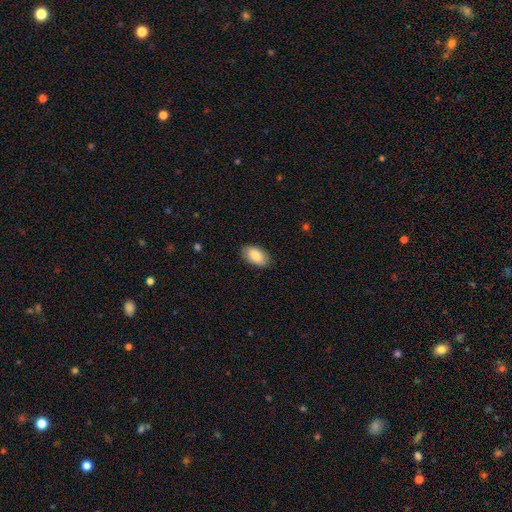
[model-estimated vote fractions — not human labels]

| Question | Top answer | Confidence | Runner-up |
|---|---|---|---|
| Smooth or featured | smooth | 86% | featured or disk (8%) |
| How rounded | in between | 95% | round (4%) |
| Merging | none | 86% | minor disturbance (11%) |